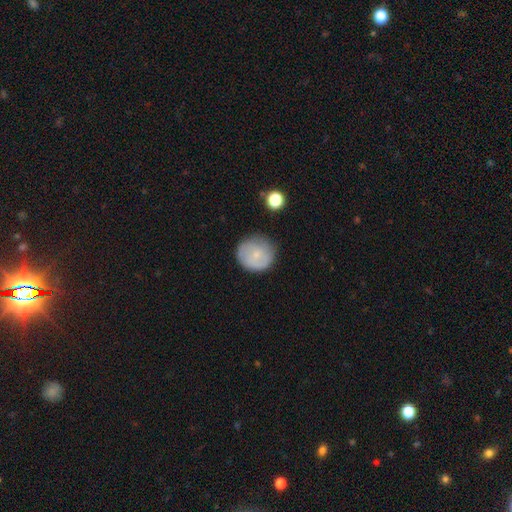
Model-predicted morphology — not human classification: The model was most divided on "smooth or featured": smooth: 67%, featured or disk: 25%, star or artifact: 8%. More confident: how rounded — round (91%); merging — none (75%).